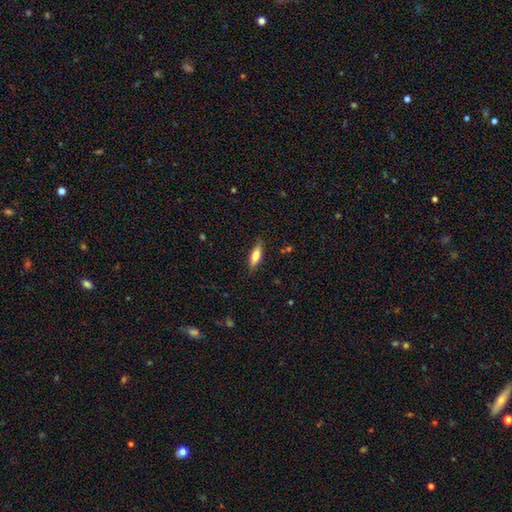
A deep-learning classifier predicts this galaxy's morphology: Smooth or featured? Predicted: smooth (p=0.66). How rounded? Predicted: in between (p=0.50). Merging? Predicted: none (p=0.82).